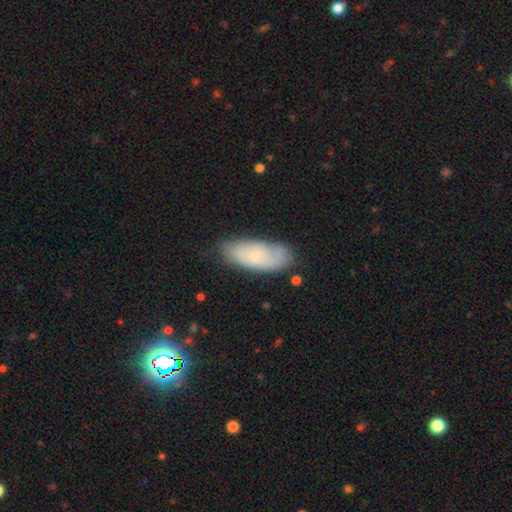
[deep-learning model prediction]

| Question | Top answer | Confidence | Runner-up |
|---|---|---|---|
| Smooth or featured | smooth | 59% | featured or disk (34%) |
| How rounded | in between | 82% | cigar-shaped (16%) |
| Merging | none | 66% | minor disturbance (25%) |